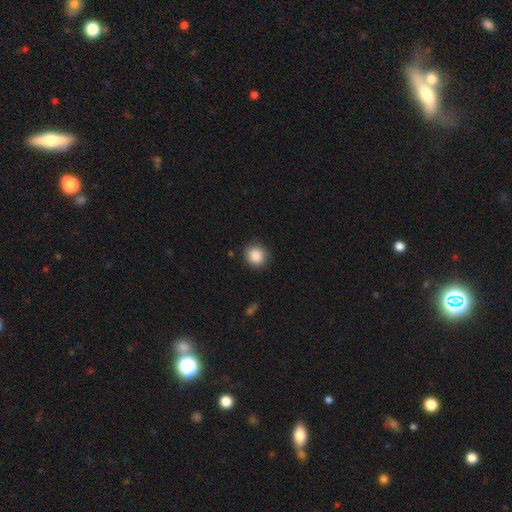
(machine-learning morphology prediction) Q: Smooth or featured?
A: smooth (88%); runner-up: star or artifact (9%)
Q: How rounded?
A: round (85%); runner-up: in between (14%)
Q: Merging?
A: none (88%); runner-up: minor disturbance (8%)